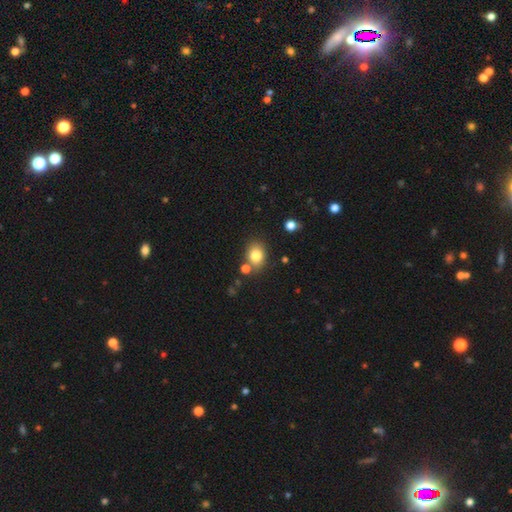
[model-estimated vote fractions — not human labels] Smooth or featured: smooth — 80% (star or artifact — 11%)
How rounded: round — 52% (in between — 47%)
Merging: none — 73% (merger — 12%)